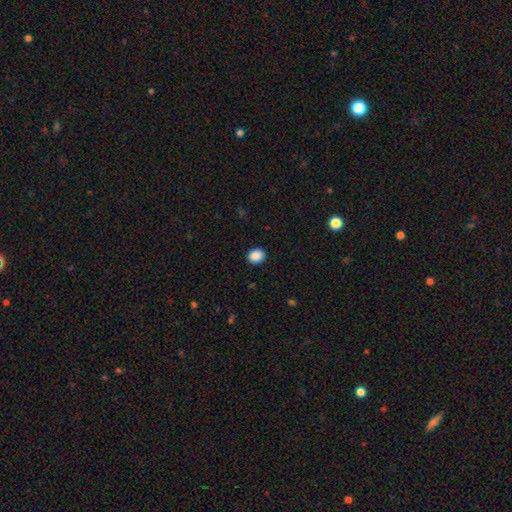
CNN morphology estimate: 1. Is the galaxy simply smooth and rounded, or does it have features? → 89% smooth, 8% star or artifact, 2% featured or disk.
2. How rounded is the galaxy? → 56% round, 43% in between, 1% cigar-shaped.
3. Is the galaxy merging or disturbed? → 90% none, 7% minor disturbance, 2% major disturbance, 1% merger.